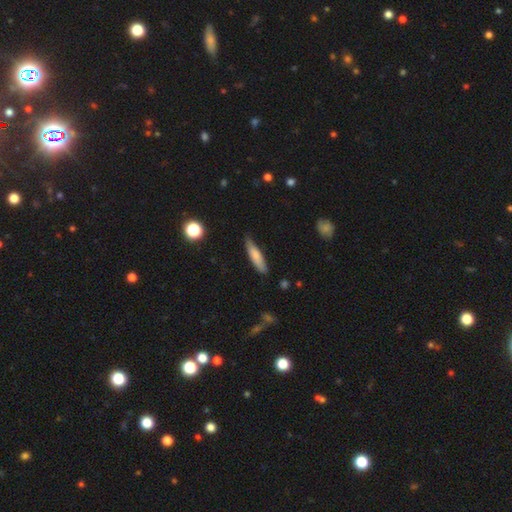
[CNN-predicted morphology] Smooth or featured: smooth — 76% (featured or disk — 18%)
How rounded: cigar-shaped — 77% (in between — 22%)
Merging: none — 77% (minor disturbance — 19%)